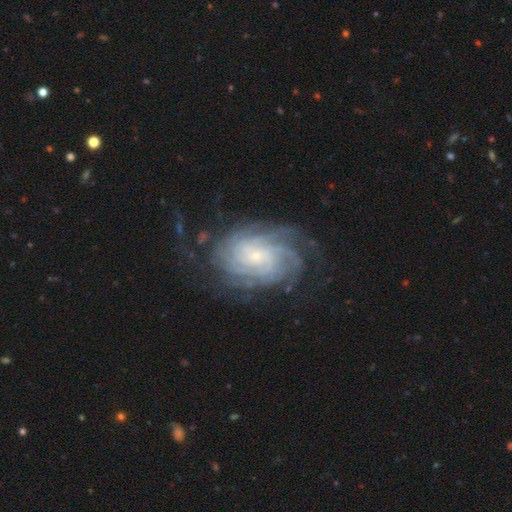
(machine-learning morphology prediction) A featured or disk galaxy (89%) with no bar (74%), more than 4 (32%) tight (76%) spiral arms (98%) and a small central bulge (85%). Merging: none (72%).